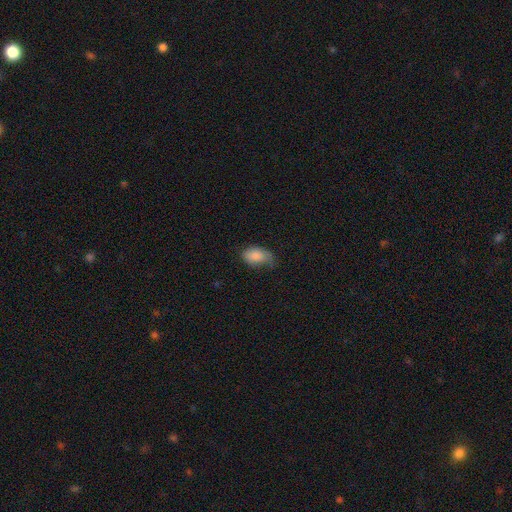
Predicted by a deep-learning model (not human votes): Smooth or featured? smooth (83%)
How rounded? in between (89%)
Merging? none (47%)